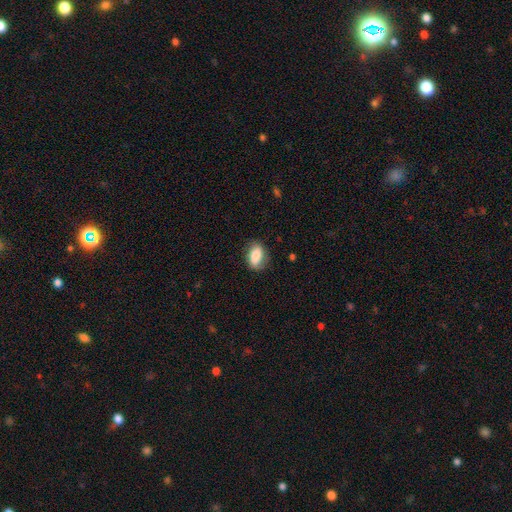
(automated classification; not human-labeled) The model was most divided on "merging": none: 79%, minor disturbance: 16%, major disturbance: 4%, merger: 1%. More confident: how rounded — in between (86%); smooth or featured — smooth (81%).